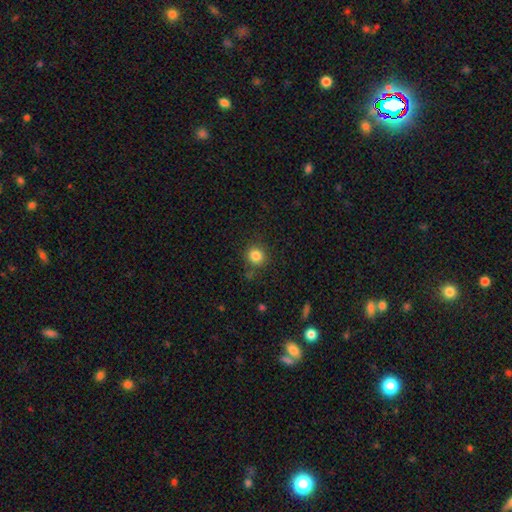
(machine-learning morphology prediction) A smooth galaxy with no disk features (83%) that is round (91%). Merging: none (85%).